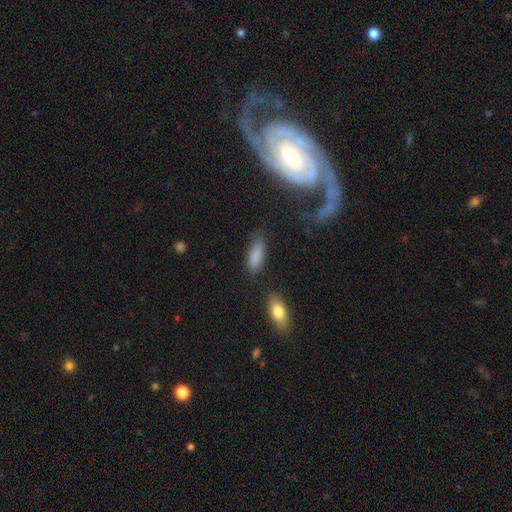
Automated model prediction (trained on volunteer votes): This appears to be a smooth galaxy with no disk features (85%) that is in between round and cigar-shaped (68%). Merging: none (72%).